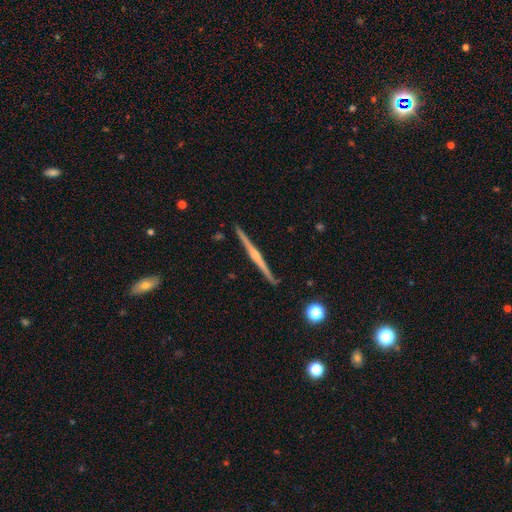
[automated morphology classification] The model was most divided on "edge-on bulge": rounded: 69%, none: 19%, boxy: 12%. More confident: edge-on disk — yes (99%); merging — none (92%); smooth or featured — featured or disk (80%).